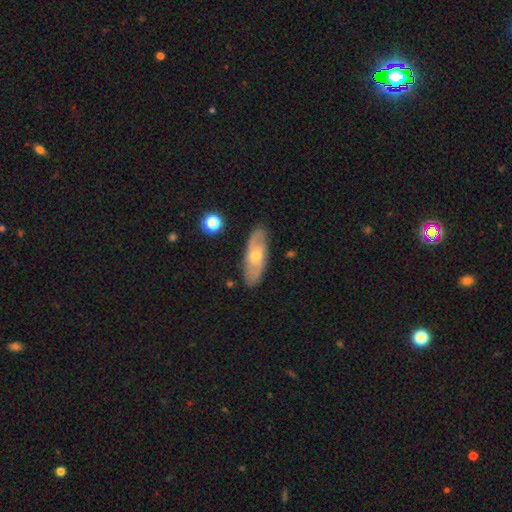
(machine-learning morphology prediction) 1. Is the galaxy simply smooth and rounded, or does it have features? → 55% featured or disk, 38% smooth, 7% star or artifact.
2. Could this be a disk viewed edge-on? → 75% no, 25% yes.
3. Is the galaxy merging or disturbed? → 85% none, 11% minor disturbance, 2% major disturbance, 2% merger.